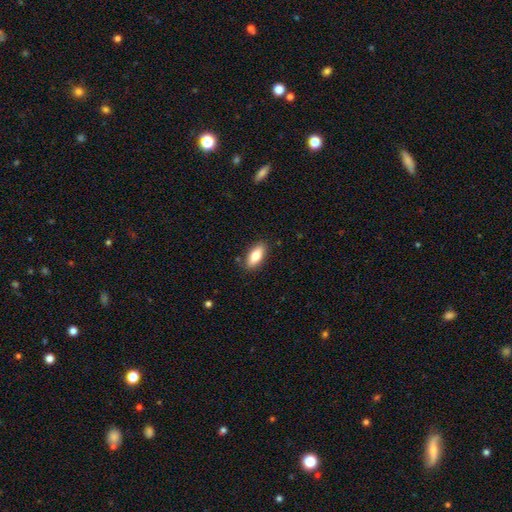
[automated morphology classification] Q: Smooth or featured?
A: smooth (79%); runner-up: featured or disk (14%)
Q: How rounded?
A: in between (85%); runner-up: cigar-shaped (12%)
Q: Merging?
A: none (87%); runner-up: minor disturbance (10%)